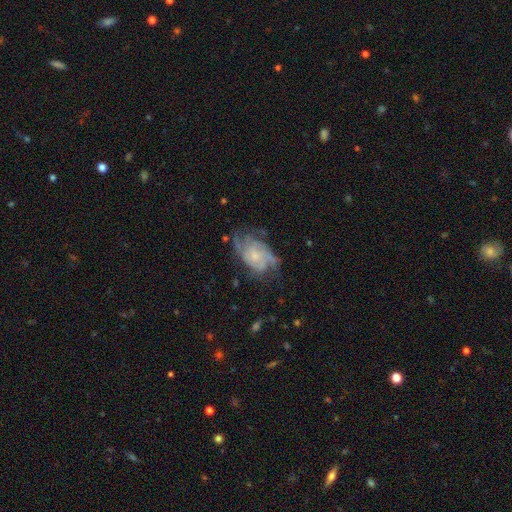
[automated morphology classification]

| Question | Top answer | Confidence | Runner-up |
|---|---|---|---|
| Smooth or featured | featured or disk | 75% | smooth (18%) |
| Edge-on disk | no | 97% | yes (3%) |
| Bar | no | 75% | weak (22%) |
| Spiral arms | yes | 89% | no (11%) |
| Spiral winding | tight | 42% | medium (40%) |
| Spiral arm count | can't tell | 37% | 2 (22%) |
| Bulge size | small | 63% | moderate (24%) |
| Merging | none | 55% | minor disturbance (25%) |